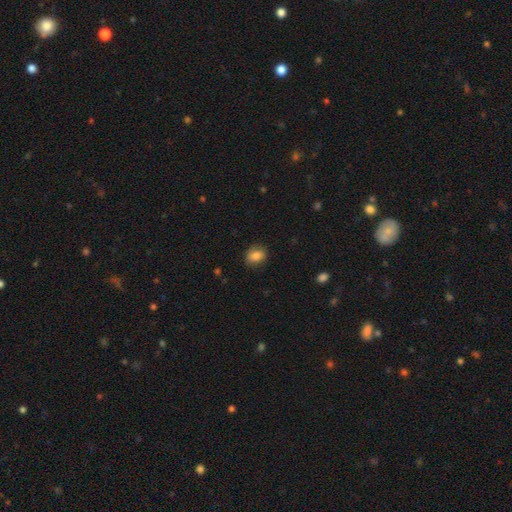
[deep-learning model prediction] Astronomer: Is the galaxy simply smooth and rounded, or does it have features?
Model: smooth — 85%.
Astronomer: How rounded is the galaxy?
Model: in between — 63%.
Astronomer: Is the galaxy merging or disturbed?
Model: none — 81%.